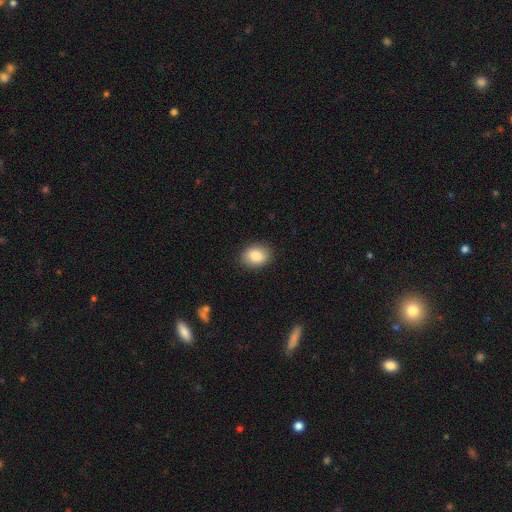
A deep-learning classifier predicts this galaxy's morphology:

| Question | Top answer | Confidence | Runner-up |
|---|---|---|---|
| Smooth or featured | smooth | 85% | star or artifact (8%) |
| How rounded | in between | 61% | round (38%) |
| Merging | none | 88% | minor disturbance (9%) |